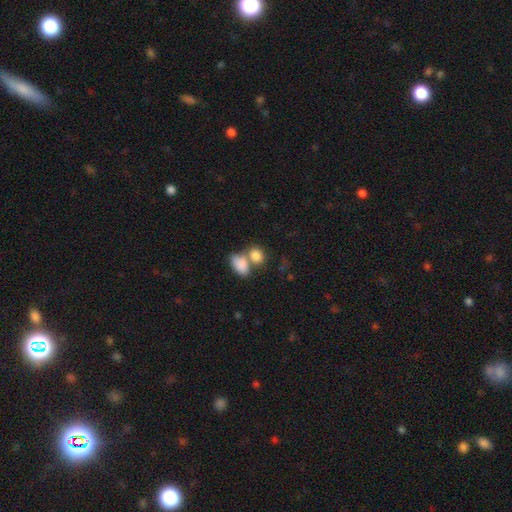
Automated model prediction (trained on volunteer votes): A smooth galaxy with no disk features (84%) that is in between round and cigar-shaped (71%).

Vote fractions:
- Smooth or featured? smooth: 84% / featured or disk: 8% / star or artifact: 7%
- How rounded? in between: 71% / round: 27% / cigar-shaped: 2%
- Merging? merger: 56% / none: 31% / minor disturbance: 9% / major disturbance: 5%